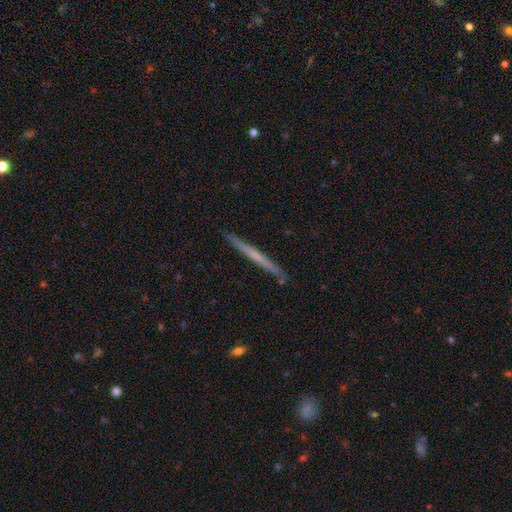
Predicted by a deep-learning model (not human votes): Q: Smooth or featured?
A: featured or disk (54%); runner-up: smooth (40%)
Q: Edge-on disk?
A: yes (97%); runner-up: no (3%)
Q: Edge-on bulge?
A: none (78%); runner-up: rounded (17%)
Q: Merging?
A: none (90%); runner-up: minor disturbance (7%)